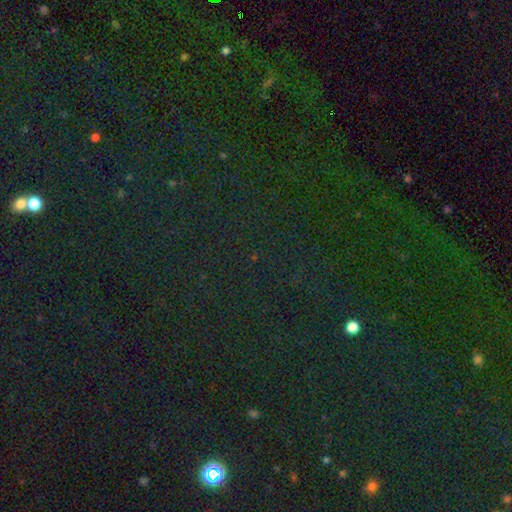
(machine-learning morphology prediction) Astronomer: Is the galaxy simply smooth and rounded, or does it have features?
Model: star or artifact — 79%.